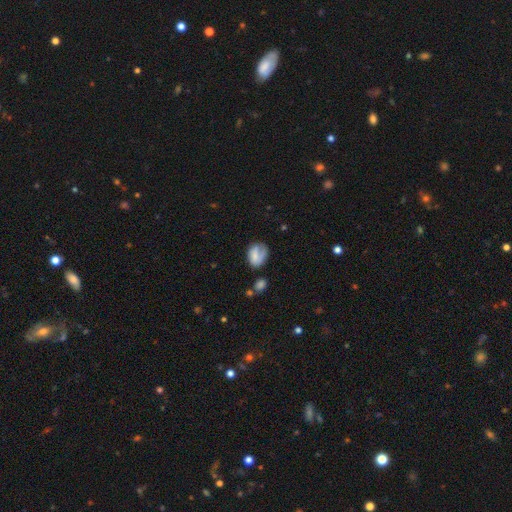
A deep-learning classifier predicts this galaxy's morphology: smooth_or_featured: smooth (p=0.60) [alt: featured or disk p=0.32]
how_rounded: in between (p=0.68) [alt: round p=0.30]
merging: none (p=0.45) [alt: minor disturbance p=0.29]